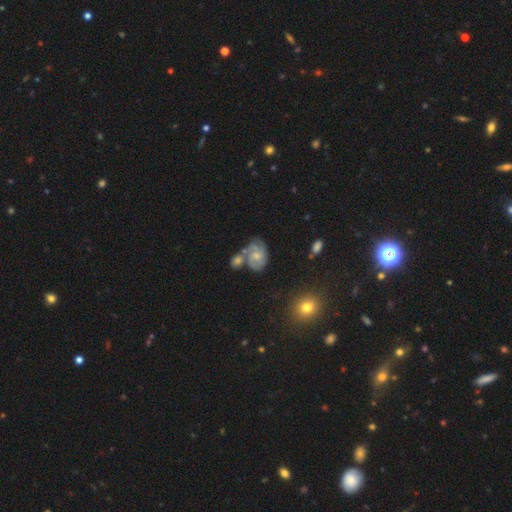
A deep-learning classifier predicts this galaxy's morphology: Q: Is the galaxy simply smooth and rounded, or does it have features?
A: featured or disk — 74%.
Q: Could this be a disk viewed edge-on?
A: no — 97%.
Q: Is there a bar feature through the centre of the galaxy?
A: no — 59%.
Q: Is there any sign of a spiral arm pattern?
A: yes — 92%.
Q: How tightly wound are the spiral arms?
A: tight — 47%.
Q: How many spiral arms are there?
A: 2 — 32%.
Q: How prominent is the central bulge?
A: small — 46%.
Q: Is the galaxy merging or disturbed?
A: none — 38%.